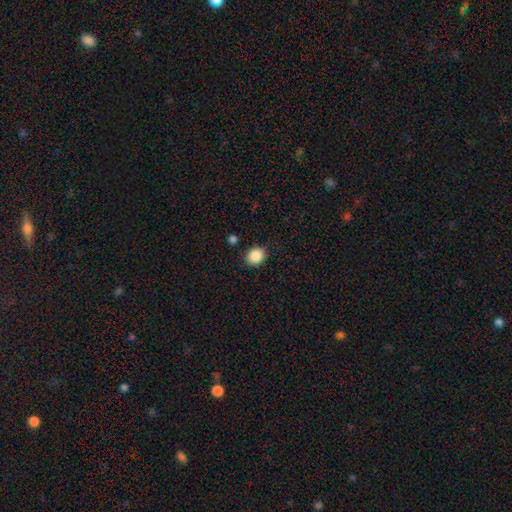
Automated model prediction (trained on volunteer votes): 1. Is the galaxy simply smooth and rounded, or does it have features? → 88% smooth, 9% star or artifact, 4% featured or disk.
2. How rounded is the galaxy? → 63% round, 36% in between, 1% cigar-shaped.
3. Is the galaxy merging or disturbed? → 86% none, 9% minor disturbance, 3% major disturbance, 2% merger.